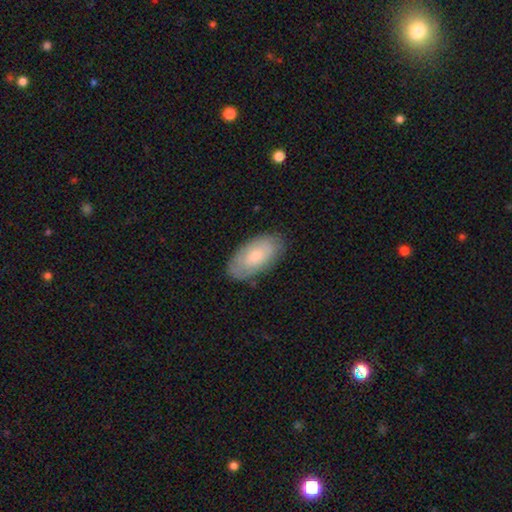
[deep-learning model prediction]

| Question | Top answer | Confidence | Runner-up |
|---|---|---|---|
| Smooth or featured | smooth | 58% | featured or disk (36%) |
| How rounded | in between | 94% | round (3%) |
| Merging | none | 80% | minor disturbance (15%) |